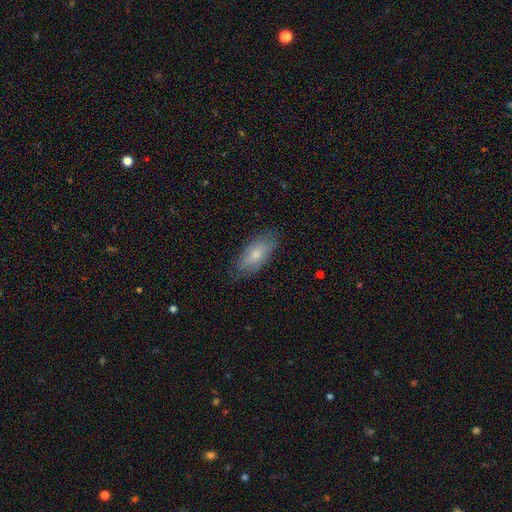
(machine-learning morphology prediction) Smooth or featured? Predicted: smooth (p=0.65). How rounded? Predicted: in between (p=0.84). Merging? Predicted: none (p=0.79).